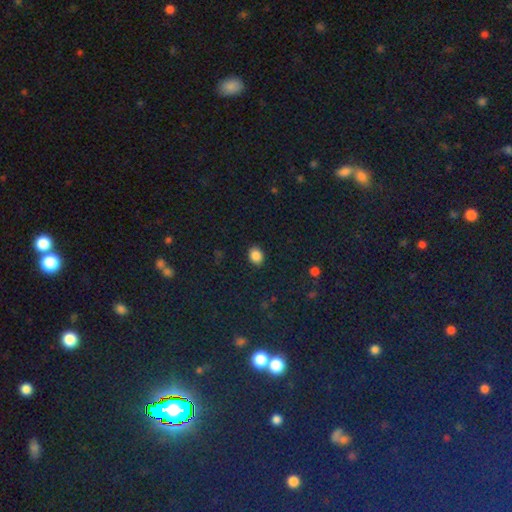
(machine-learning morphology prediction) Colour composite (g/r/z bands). It shows a smooth galaxy with no disk features (87%) that is in between round and cigar-shaped (57%). Merging: none (89%).